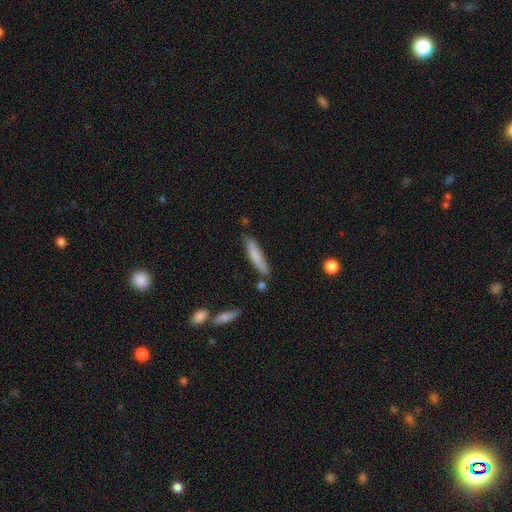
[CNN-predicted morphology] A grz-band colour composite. It shows a smooth galaxy with no disk features (77%) that is cigar-shaped (85%). Merging: none (74%).